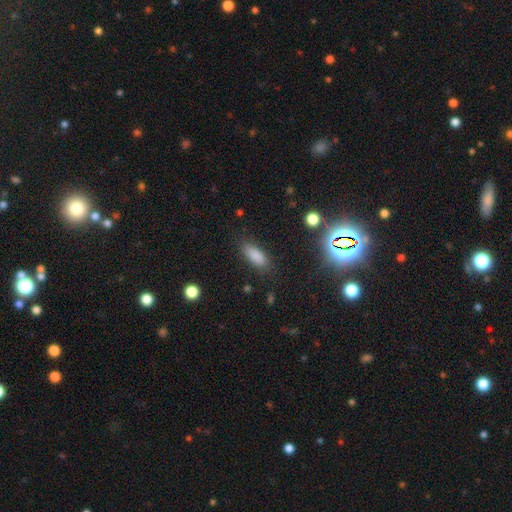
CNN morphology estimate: Q: Smooth or featured?
A: smooth (85%); runner-up: star or artifact (9%)
Q: How rounded?
A: in between (72%); runner-up: cigar-shaped (25%)
Q: Merging?
A: none (82%); runner-up: minor disturbance (12%)